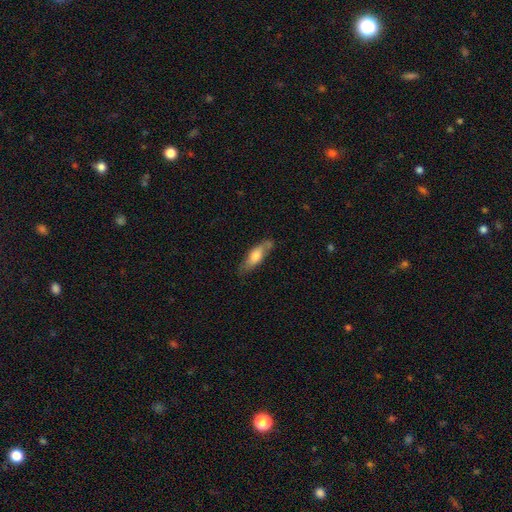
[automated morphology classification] Smooth or featured? smooth (63%)
How rounded? in between (52%)
Merging? none (66%)